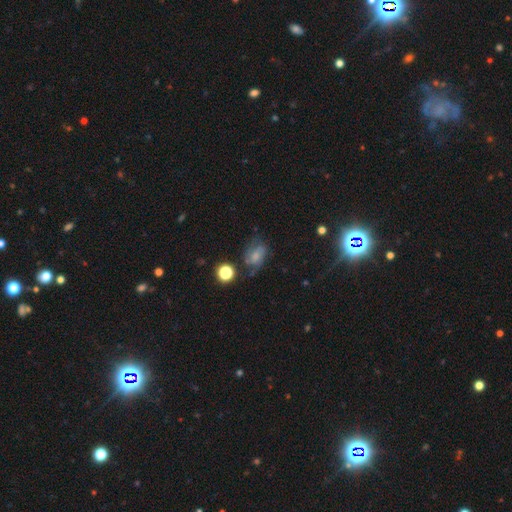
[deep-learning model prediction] The model was most divided on "smooth or featured": smooth: 49%, featured or disk: 36%, star or artifact: 15%. Remaining: merging — none (46%).